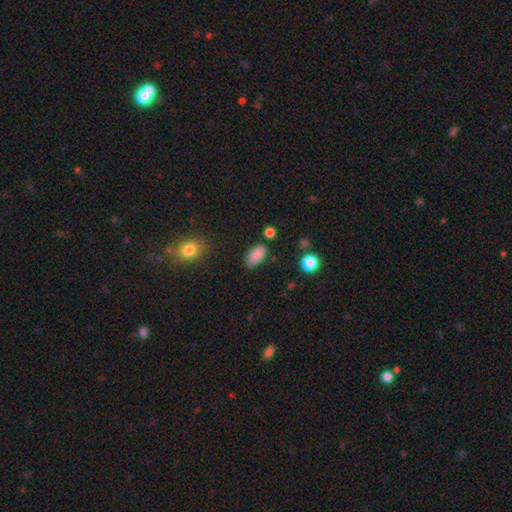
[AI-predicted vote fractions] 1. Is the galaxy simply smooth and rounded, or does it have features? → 87% smooth, 8% star or artifact, 4% featured or disk.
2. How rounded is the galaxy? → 92% in between, 4% round, 4% cigar-shaped.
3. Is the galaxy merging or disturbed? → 73% none, 19% minor disturbance, 4% major disturbance, 3% merger.